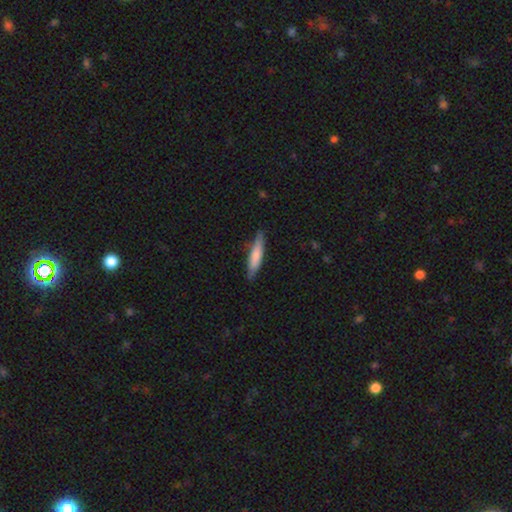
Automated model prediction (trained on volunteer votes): Overall: smooth (71%). How rounded: cigar-shaped (84%). Merging: none (82%).